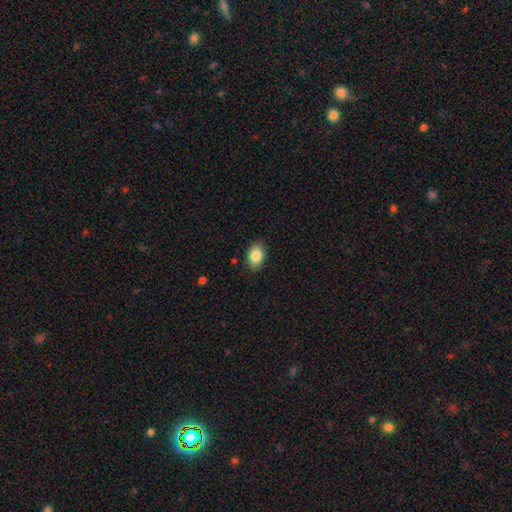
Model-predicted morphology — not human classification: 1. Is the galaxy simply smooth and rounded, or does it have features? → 86% smooth, 8% star or artifact, 7% featured or disk.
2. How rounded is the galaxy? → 80% in between, 19% round, 1% cigar-shaped.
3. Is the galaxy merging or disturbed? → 86% none, 10% minor disturbance, 2% major disturbance, 1% merger.